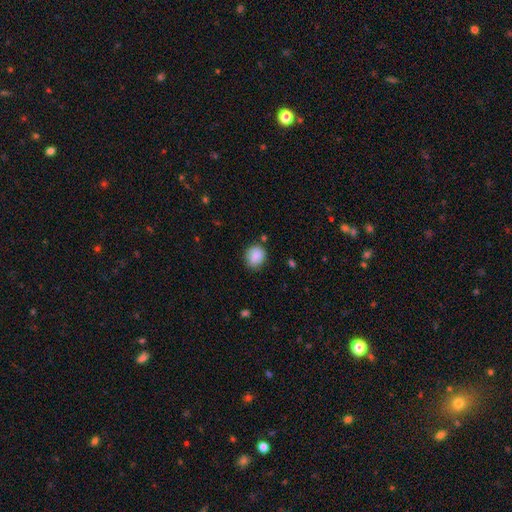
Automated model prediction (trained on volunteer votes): The model was most divided on "how rounded": round: 67%, in between: 32%, cigar-shaped: 1%. More confident: smooth or featured — smooth (87%); merging — none (75%).